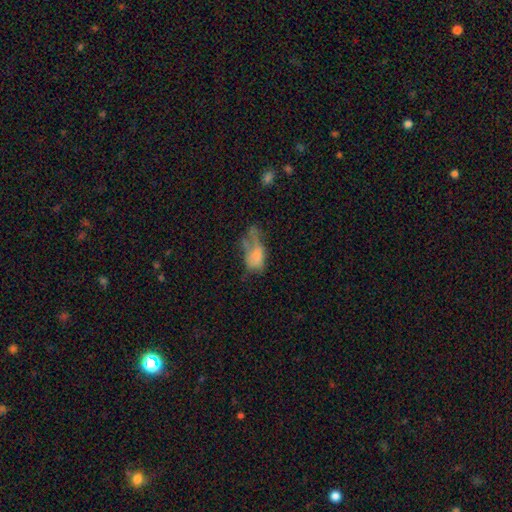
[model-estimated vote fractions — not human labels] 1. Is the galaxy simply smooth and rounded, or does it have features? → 60% smooth, 27% featured or disk, 12% star or artifact.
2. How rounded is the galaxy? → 86% in between, 7% round, 7% cigar-shaped.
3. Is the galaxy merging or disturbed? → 45% major disturbance, 22% minor disturbance, 20% none, 12% merger.